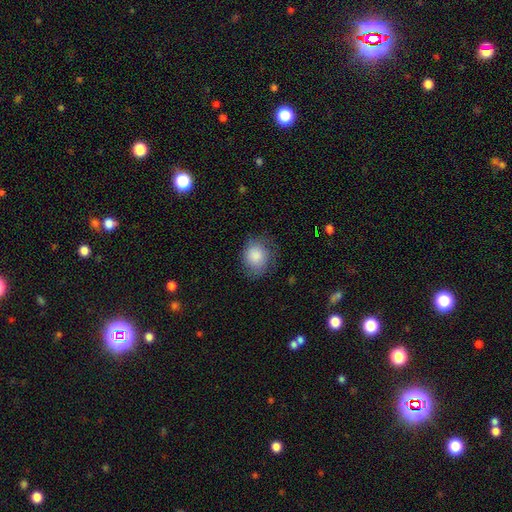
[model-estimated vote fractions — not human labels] This is clearly a smooth galaxy (84%). How rounded: likely round (67%). Merging: likely none (70%).